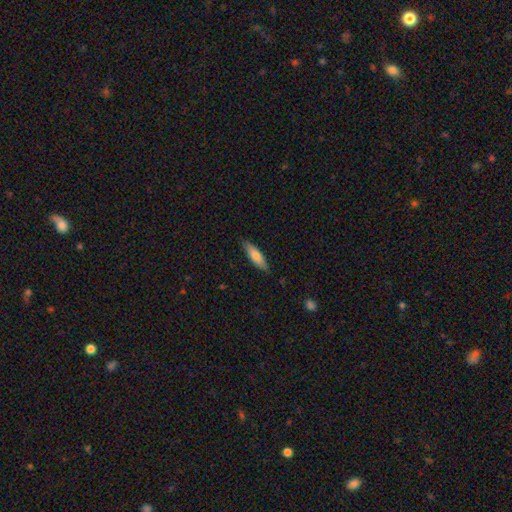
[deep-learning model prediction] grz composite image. It shows a smooth galaxy with no disk features (74%) that is cigar-shaped (65%). Merging: none (86%).